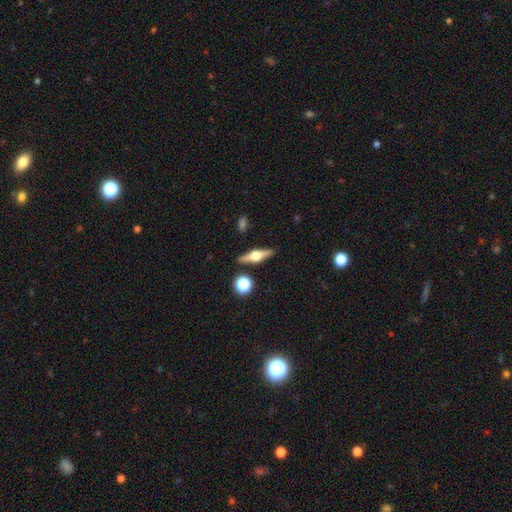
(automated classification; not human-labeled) smooth-or-featured: featured or disk: 72% | smooth: 21% | star or artifact: 7%
  disk-edge-on: yes: 97% | no: 3%
    edge-on-bulge: rounded: 95% | boxy: 4% | none: 1%
  merging: none: 88% | minor disturbance: 7% | merger: 3% | major disturbance: 2%